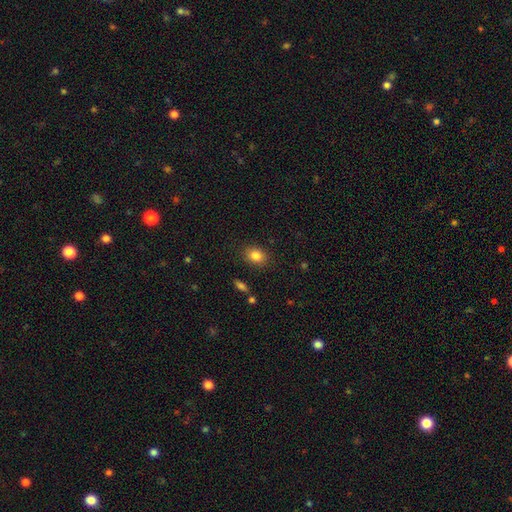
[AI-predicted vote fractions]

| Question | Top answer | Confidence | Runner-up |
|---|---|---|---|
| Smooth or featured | smooth | 84% | star or artifact (10%) |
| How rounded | in between | 58% | round (41%) |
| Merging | none | 86% | minor disturbance (10%) |